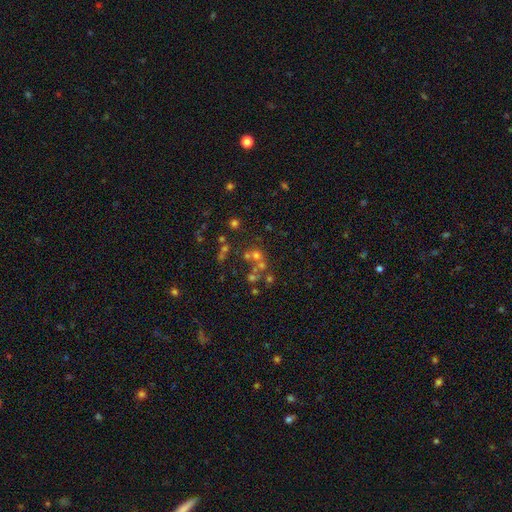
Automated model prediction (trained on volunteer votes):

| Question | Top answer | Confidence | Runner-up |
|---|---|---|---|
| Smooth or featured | smooth | 40% | star or artifact (35%) |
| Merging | none | 50% | merger (34%) |